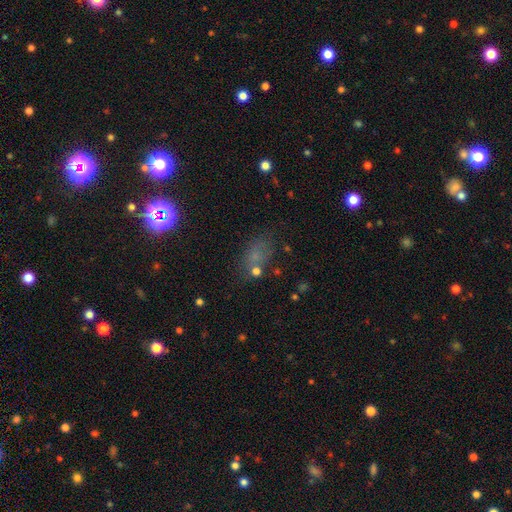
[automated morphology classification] smooth_or_featured: smooth (p=0.53) [alt: star or artifact p=0.33]
how_rounded: in between (p=0.74) [alt: round p=0.23]
merging: none (p=0.60) [alt: minor disturbance p=0.18]